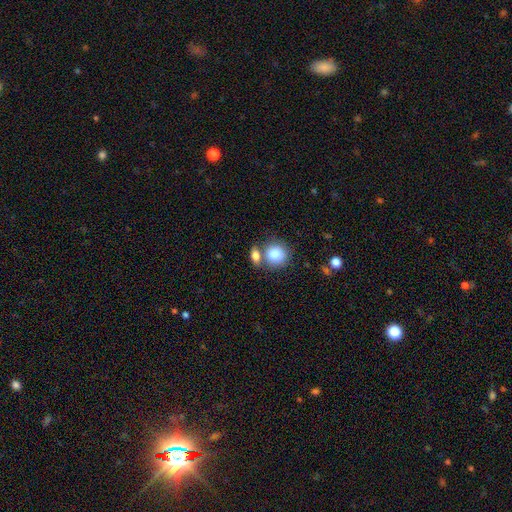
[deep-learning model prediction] smooth_or_featured: smooth (p=0.84) [alt: featured or disk p=0.09]
how_rounded: in between (p=0.50) [alt: round p=0.47]
merging: none (p=0.49) [alt: merger p=0.36]